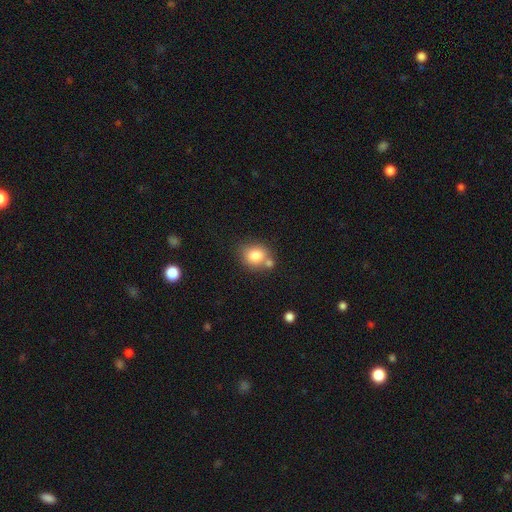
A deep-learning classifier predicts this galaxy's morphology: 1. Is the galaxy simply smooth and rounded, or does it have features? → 80% smooth, 10% featured or disk, 10% star or artifact.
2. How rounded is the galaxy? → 70% round, 29% in between, 1% cigar-shaped.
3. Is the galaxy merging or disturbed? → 57% none, 26% merger, 13% minor disturbance, 4% major disturbance.